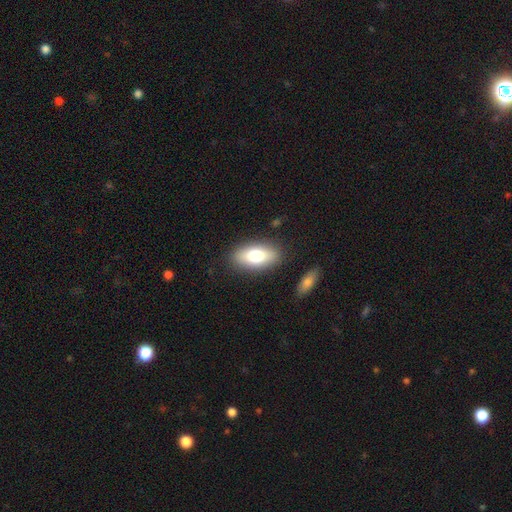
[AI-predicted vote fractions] smooth 76%, featured or disk 17%, star or artifact 7%. Down the decision tree: how rounded — in between (89%); merging — none (85%).